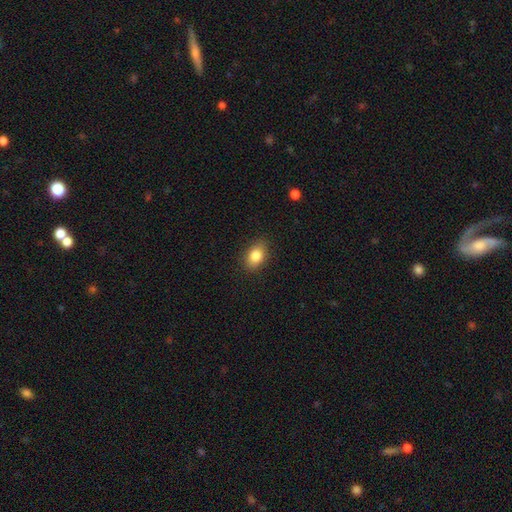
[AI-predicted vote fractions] A smooth galaxy with no disk features (84%) that is in between round and cigar-shaped (80%). Merging: none (87%).